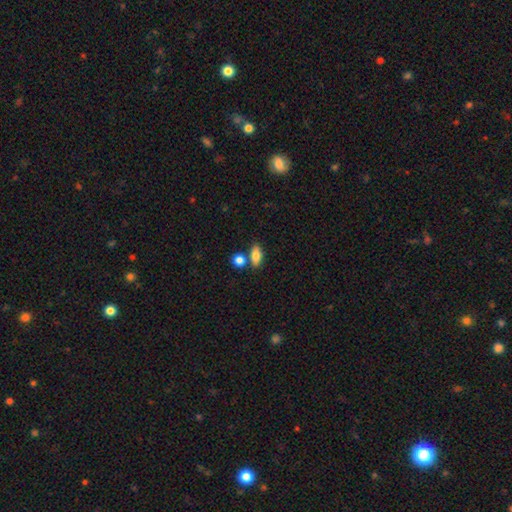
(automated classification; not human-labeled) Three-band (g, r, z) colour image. It shows a smooth galaxy with no disk features (79%) that is in between round and cigar-shaped (80%). Merging: none (67%).